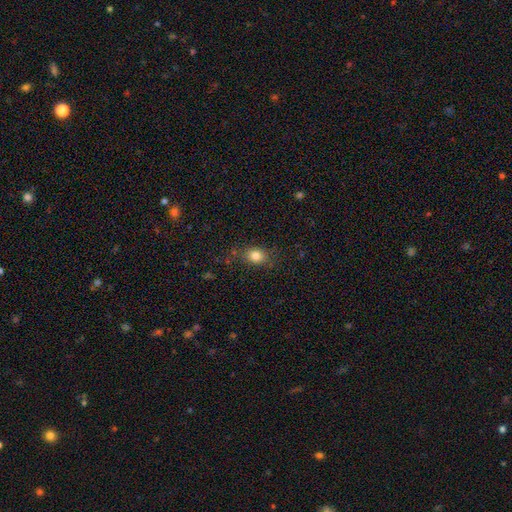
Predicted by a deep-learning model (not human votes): Smooth or featured? smooth (81%)
How rounded? in between (55%)
Merging? none (79%)